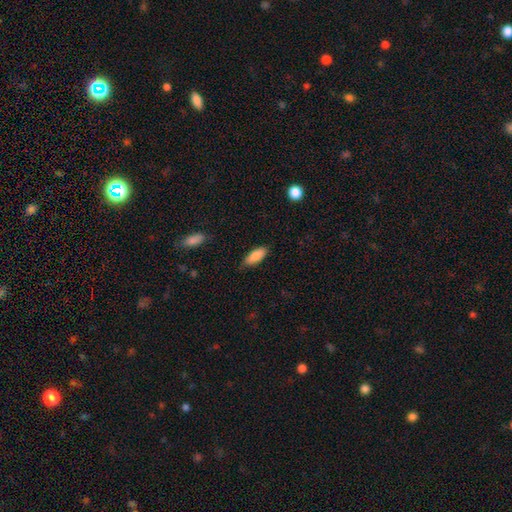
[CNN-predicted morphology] This appears to be a smooth galaxy with no disk features (86%) that is in between round and cigar-shaped (80%). Merging: none (78%).